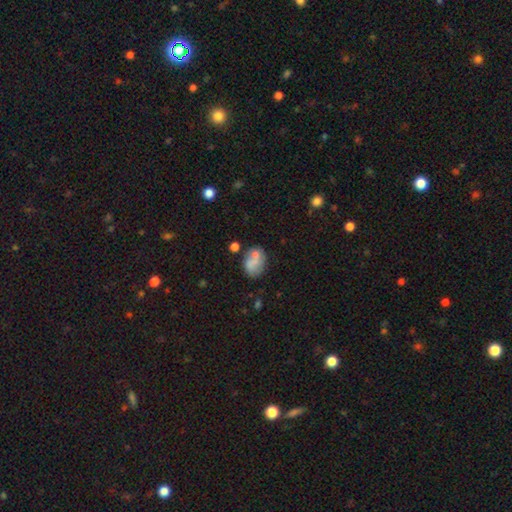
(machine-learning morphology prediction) smooth_or_featured: smooth (p=0.67) [alt: featured or disk p=0.22]
how_rounded: in between (p=0.68) [alt: round p=0.31]
merging: none (p=0.45) [alt: merger p=0.25]